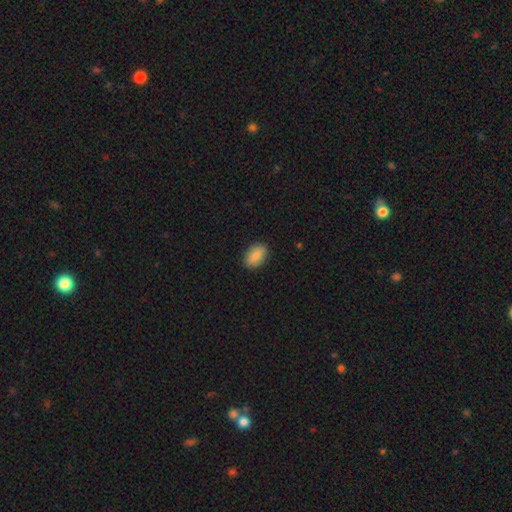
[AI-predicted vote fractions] smooth_or_featured: smooth (p=0.84) [alt: featured or disk p=0.09]
how_rounded: in between (p=0.90) [alt: round p=0.07]
merging: none (p=0.88) [alt: minor disturbance p=0.09]